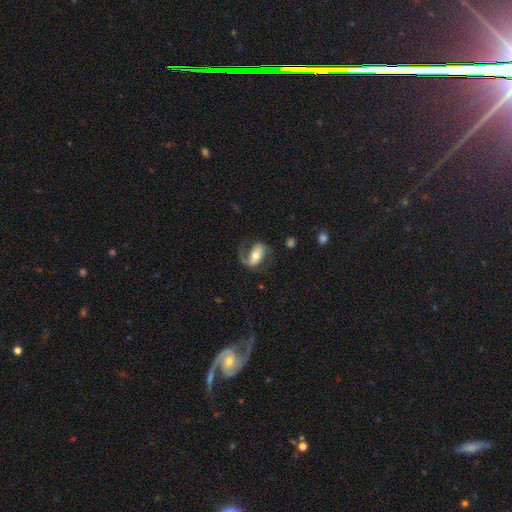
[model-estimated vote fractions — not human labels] smooth-or-featured: featured or disk: 72% | smooth: 22% | star or artifact: 6%
  disk-edge-on: no: 96% | yes: 4%
    bar: no: 36% | strong: 34% | weak: 31%
    has-spiral-arms: yes: 90% | no: 10%
      spiral-winding: medium: 44% | loose: 37% | tight: 18%
      spiral-arm-count: 2: 62% | 1: 32% | can't tell: 4% | 3: 1% | 4: 1% | more than 4: 1%
    bulge-size: moderate: 68% | small: 18% | large: 11% | dominant: 2% | none: 1%
  merging: none: 58% | major disturbance: 22% | minor disturbance: 18% | merger: 2%